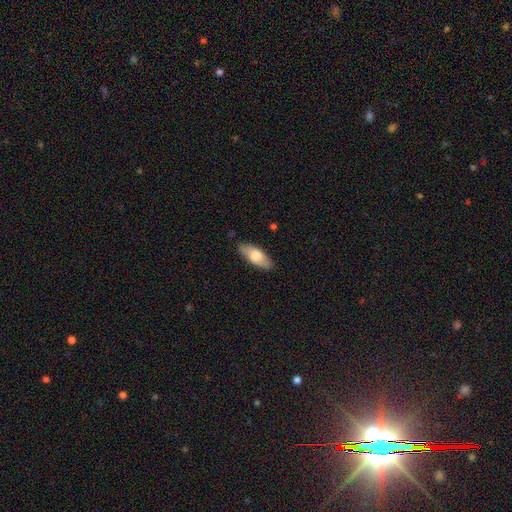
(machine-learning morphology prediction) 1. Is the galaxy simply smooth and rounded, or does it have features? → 70% smooth, 25% featured or disk, 5% star or artifact.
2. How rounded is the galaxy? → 77% in between, 21% cigar-shaped, 2% round.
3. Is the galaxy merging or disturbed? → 86% none, 11% minor disturbance, 2% major disturbance, 1% merger.